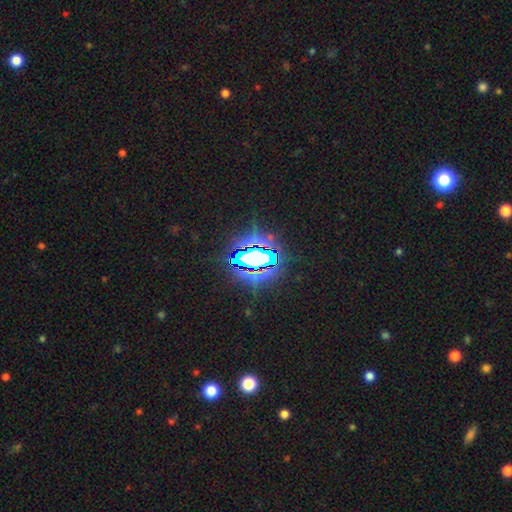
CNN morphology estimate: star or artifact 73%, smooth 15%, featured or disk 12%.